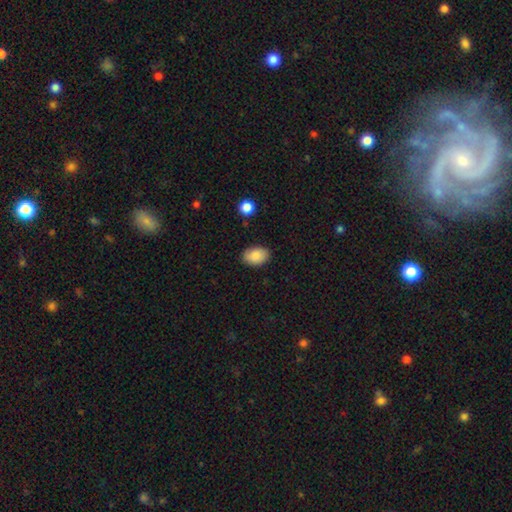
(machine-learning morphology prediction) A smooth galaxy with no disk features (87%) that is in between round and cigar-shaped (85%).

Vote fractions:
- Smooth or featured? smooth: 87% / star or artifact: 7% / featured or disk: 6%
- How rounded? in between: 85% / round: 14% / cigar-shaped: 1%
- Merging? none: 84% / minor disturbance: 12% / major disturbance: 2% / merger: 1%